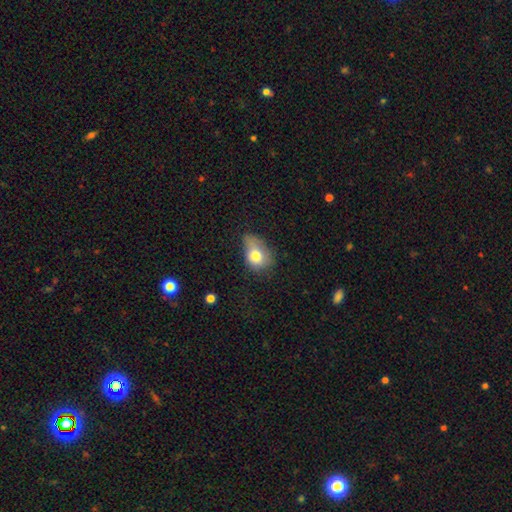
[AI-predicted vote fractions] Morphology: type=smooth (74%); roundness=in between (68%); merging=minor disturbance (42%).